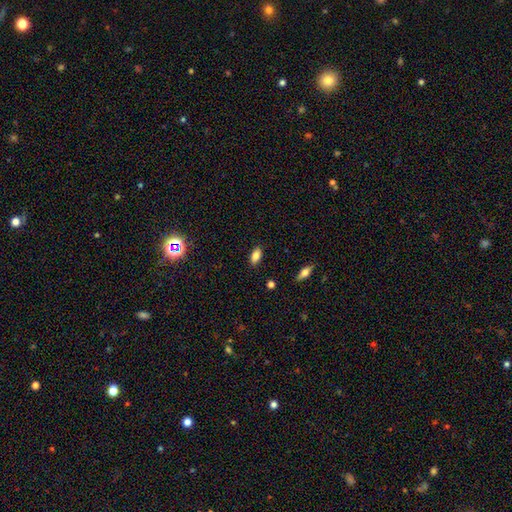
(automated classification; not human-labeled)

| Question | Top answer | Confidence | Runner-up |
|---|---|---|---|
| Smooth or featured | smooth | 82% | star or artifact (9%) |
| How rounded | in between | 89% | cigar-shaped (7%) |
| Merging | none | 87% | minor disturbance (10%) |